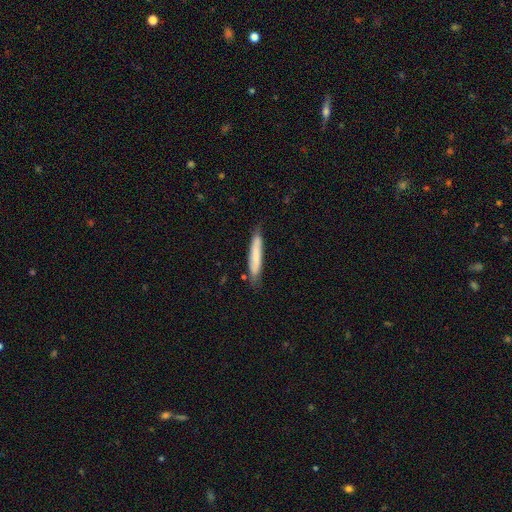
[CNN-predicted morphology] Smooth or featured: smooth — 69% (featured or disk — 25%)
How rounded: cigar-shaped — 91% (in between — 8%)
Merging: none — 76% (minor disturbance — 19%)